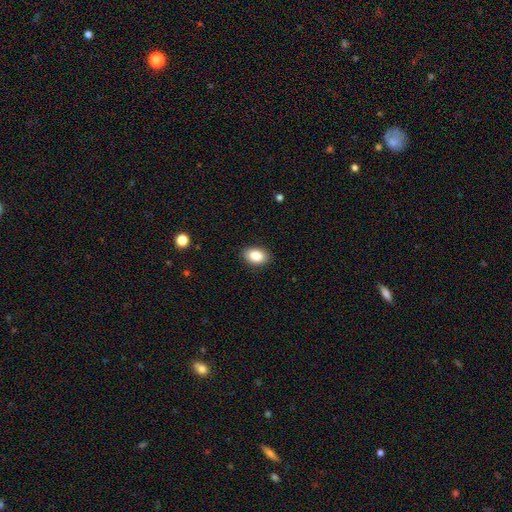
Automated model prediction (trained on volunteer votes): Smooth or featured? smooth (87%)
How rounded? in between (87%)
Merging? none (89%)